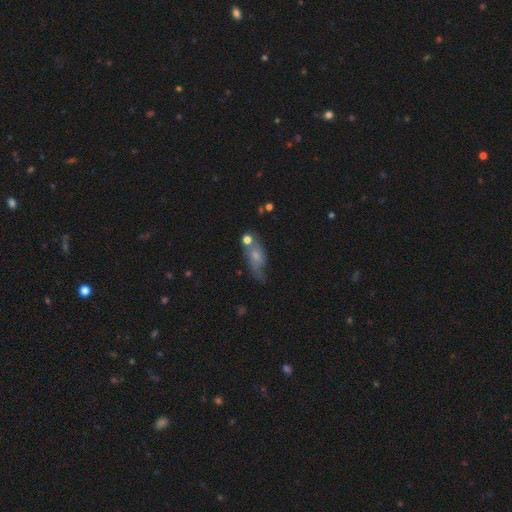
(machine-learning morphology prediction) A smooth galaxy with no disk features (49%).

Vote fractions:
- Smooth or featured? smooth: 49% / featured or disk: 39% / star or artifact: 11%
- Merging? none: 39% / minor disturbance: 28% / major disturbance: 19% / merger: 14%